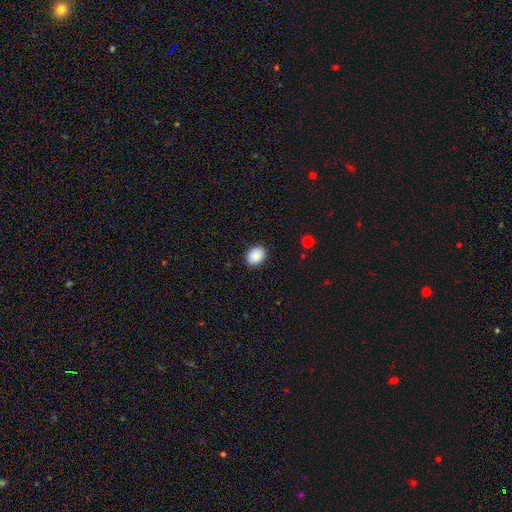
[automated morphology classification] A smooth galaxy with no disk features (87%) that is in between round and cigar-shaped (54%).

Vote fractions:
- Smooth or featured? smooth: 87% / star or artifact: 8% / featured or disk: 5%
- How rounded? in between: 54% / round: 45% / cigar-shaped: 1%
- Merging? none: 90% / minor disturbance: 7% / major disturbance: 2% / merger: 1%